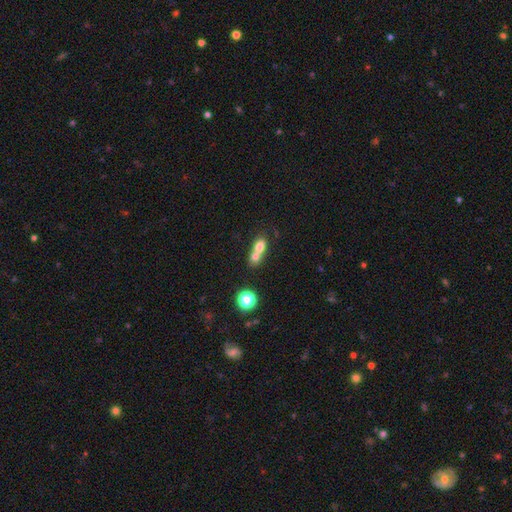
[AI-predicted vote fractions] Morphology: type=smooth (70%); roundness=in between (55%); merging=merger (67%).